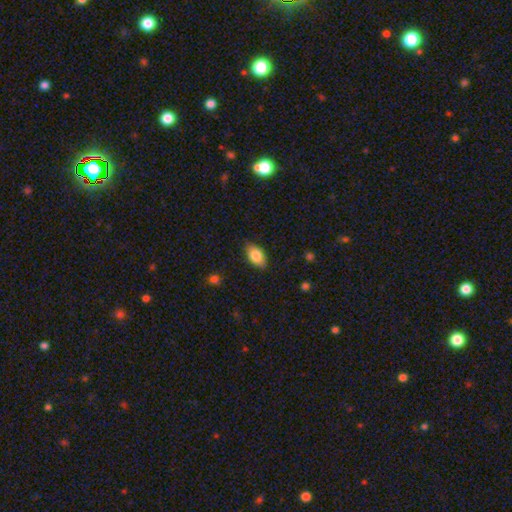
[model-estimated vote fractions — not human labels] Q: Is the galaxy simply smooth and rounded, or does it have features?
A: smooth — 82%.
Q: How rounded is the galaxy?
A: in between — 91%.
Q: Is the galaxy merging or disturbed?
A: none — 82%.